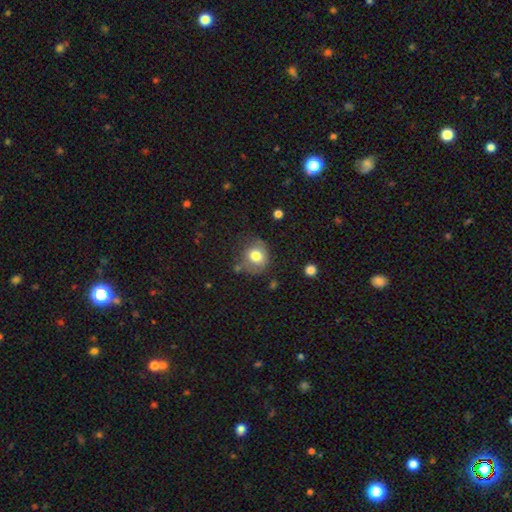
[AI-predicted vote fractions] This is likely a smooth galaxy (77%). How rounded: likely round (78%). Merging: likely none (63%).